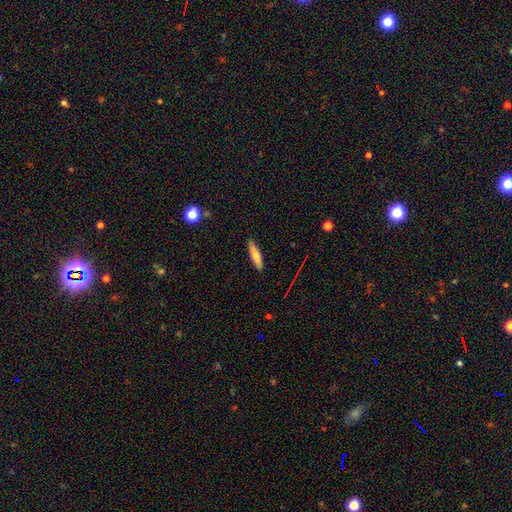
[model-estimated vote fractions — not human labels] A smooth galaxy with no disk features (73%) that is cigar-shaped (81%). Merging: none (87%).